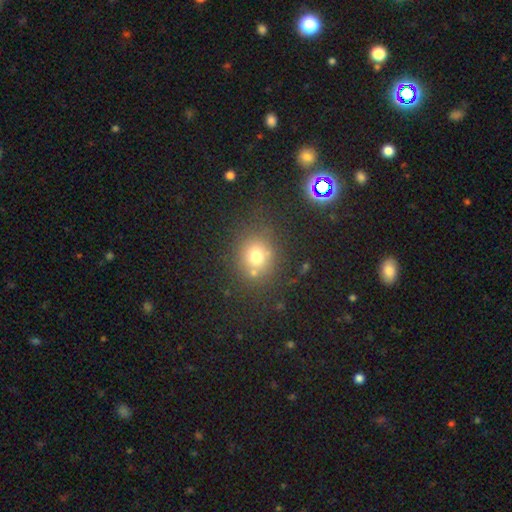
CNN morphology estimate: smooth 72%, star or artifact 17%, featured or disk 11%. Down the decision tree: how rounded — round (78%); merging — none (72%).